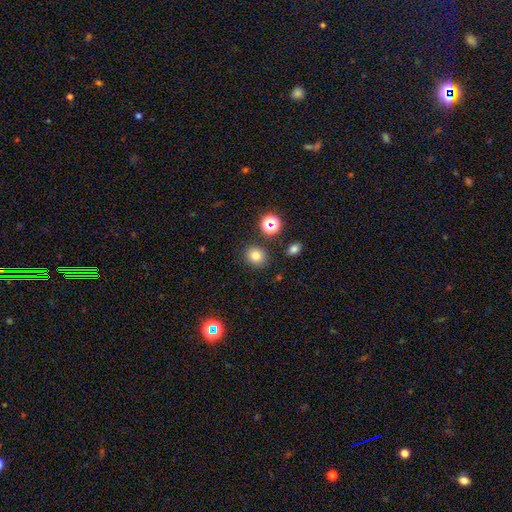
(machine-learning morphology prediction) Overall: smooth (78%). How rounded: round (77%). Merging: none (85%).